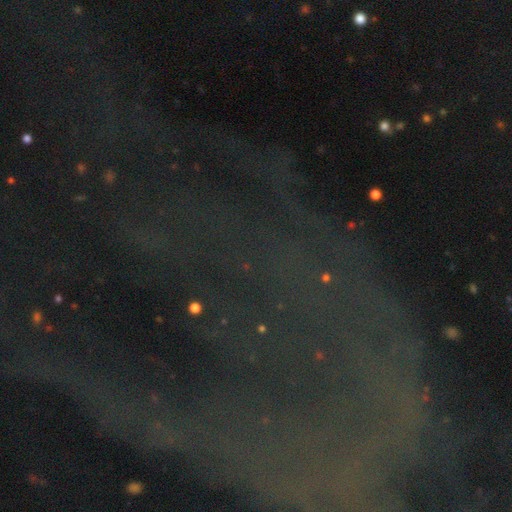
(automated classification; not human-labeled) Smooth or featured? star or artifact (75%)